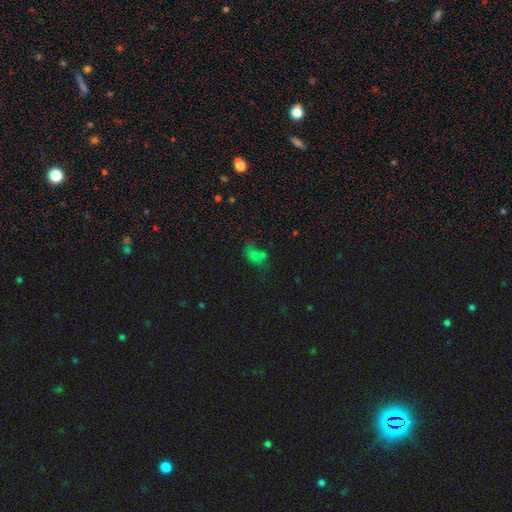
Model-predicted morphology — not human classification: Smooth or featured: smooth — 62% (star or artifact — 22%)
How rounded: in between — 81% (round — 17%)
Merging: none — 30% (merger — 28%)